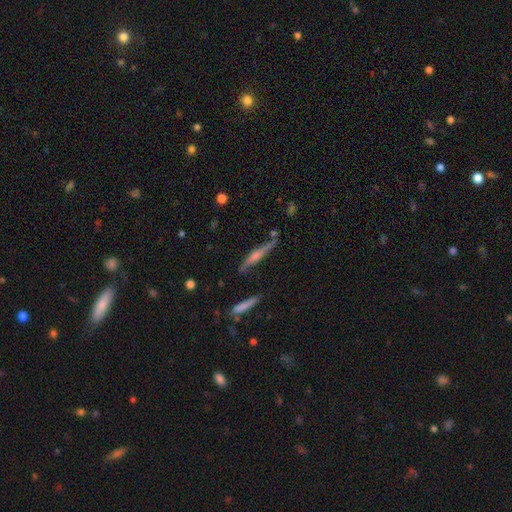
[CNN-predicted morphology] Smooth or featured: featured or disk — 69% (smooth — 24%)
Edge-on disk: yes — 93% (no — 7%)
Edge-on bulge: rounded — 72% (none — 17%)
Merging: none — 75% (minor disturbance — 16%)